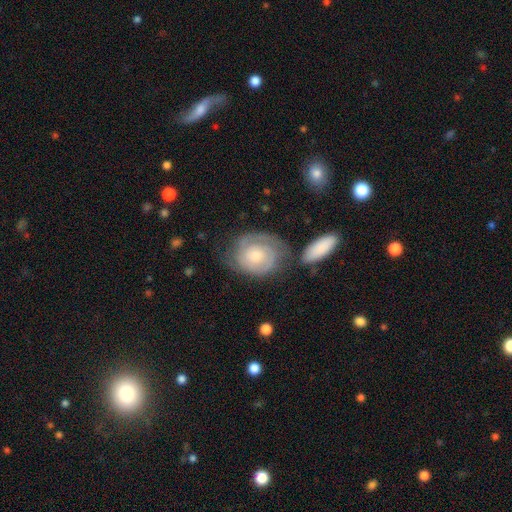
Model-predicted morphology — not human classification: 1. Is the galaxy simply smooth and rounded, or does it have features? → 72% featured or disk, 22% smooth, 6% star or artifact.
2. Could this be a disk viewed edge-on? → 97% no, 3% yes.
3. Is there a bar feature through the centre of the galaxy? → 77% no, 19% weak, 4% strong.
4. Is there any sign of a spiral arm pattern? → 90% yes, 10% no.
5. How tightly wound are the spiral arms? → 70% tight, 24% medium, 7% loose.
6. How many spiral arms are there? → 57% 2, 22% can't tell, 10% 1, 7% 3, 2% 4, 2% more than 4.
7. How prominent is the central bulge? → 48% small, 41% moderate, 6% large, 3% none, 2% dominant.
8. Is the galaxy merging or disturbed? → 60% none, 20% minor disturbance, 11% major disturbance, 9% merger.